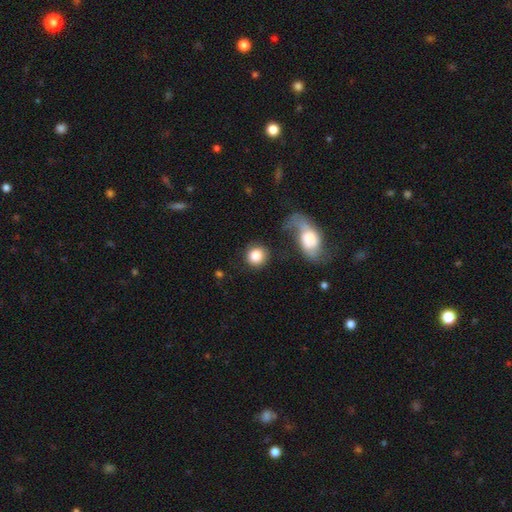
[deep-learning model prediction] Smooth or featured? smooth (83%)
How rounded? round (88%)
Merging? none (70%)